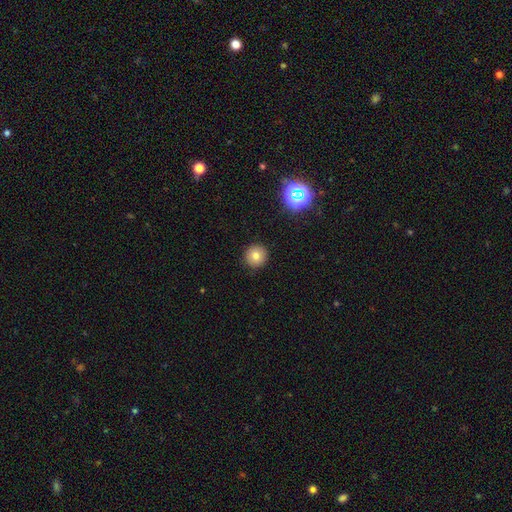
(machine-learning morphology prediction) smooth_or_featured: smooth (p=0.78) [alt: star or artifact p=0.13]
how_rounded: round (p=0.94) [alt: in between p=0.05]
merging: none (p=0.92) [alt: minor disturbance p=0.05]